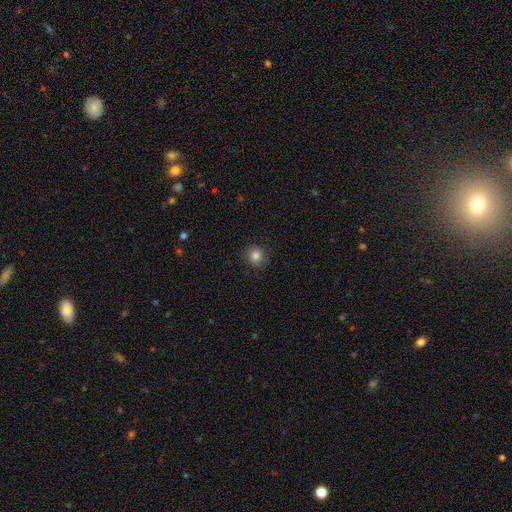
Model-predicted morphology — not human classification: smooth 83%, star or artifact 11%, featured or disk 6%. Down the decision tree: how rounded — round (88%); merging — none (88%).